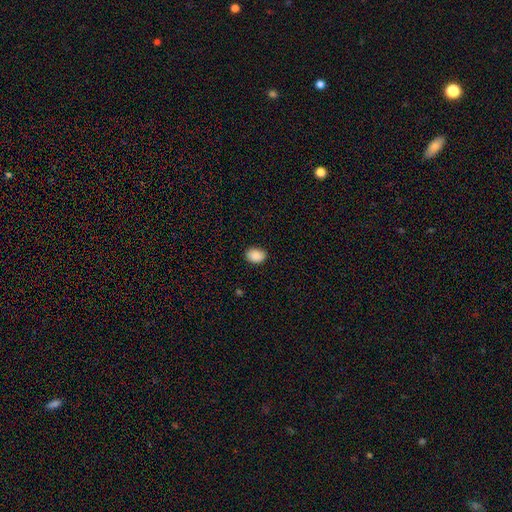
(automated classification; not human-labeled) The model was most divided on "how rounded": in between: 73%, round: 26%, cigar-shaped: 1%. More confident: smooth or featured — smooth (90%); merging — none (87%).